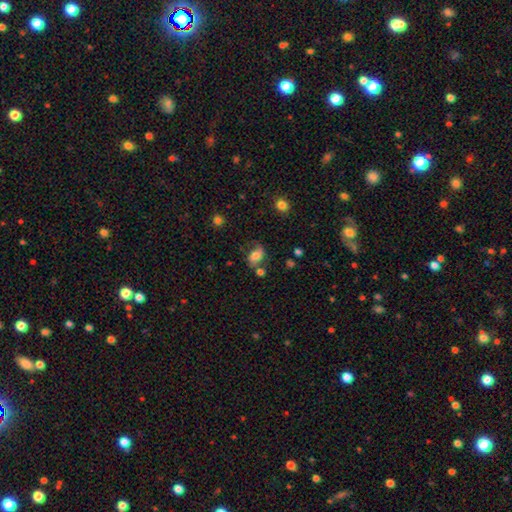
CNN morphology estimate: The model was most divided on "smooth or featured": smooth: 48%, featured or disk: 42%, star or artifact: 10%. More confident: merging — none (56%).